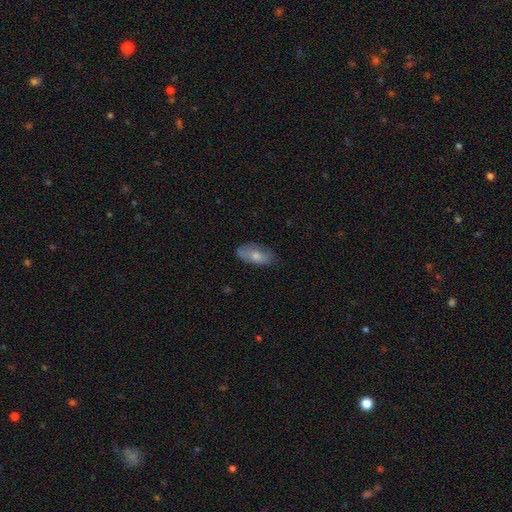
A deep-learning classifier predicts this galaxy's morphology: This is likely a smooth galaxy (72%). How rounded: clearly in between (90%). Merging: likely none (69%).